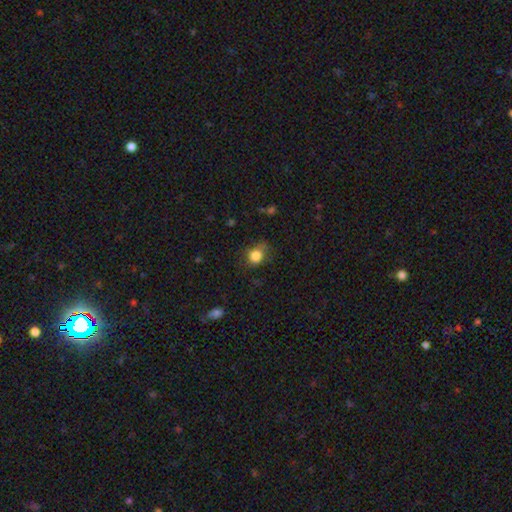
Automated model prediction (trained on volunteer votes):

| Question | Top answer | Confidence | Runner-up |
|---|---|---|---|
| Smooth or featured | smooth | 83% | star or artifact (11%) |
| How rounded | round | 67% | in between (32%) |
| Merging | none | 61% | minor disturbance (27%) |